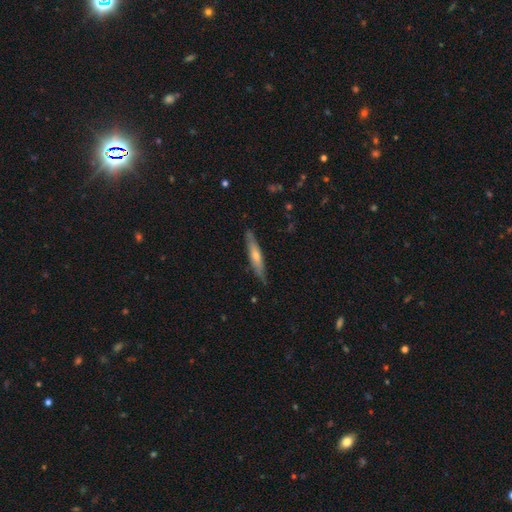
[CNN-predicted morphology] Smooth or featured?
  - featured or disk: 50% *
  - smooth: 44%
  - star or artifact: 6%
Edge-on disk?
  - yes: 88% *
  - no: 12%
Merging?
  - none: 83% *
  - minor disturbance: 14%
  - major disturbance: 2%
  - merger: 1%